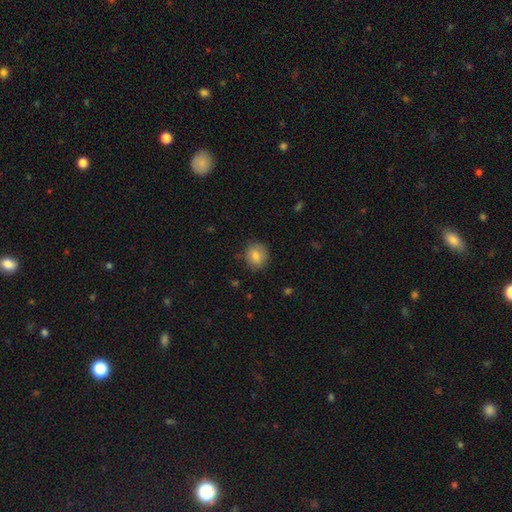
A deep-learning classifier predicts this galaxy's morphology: Overall: smooth (81%). How rounded: round (78%). Merging: none (82%).